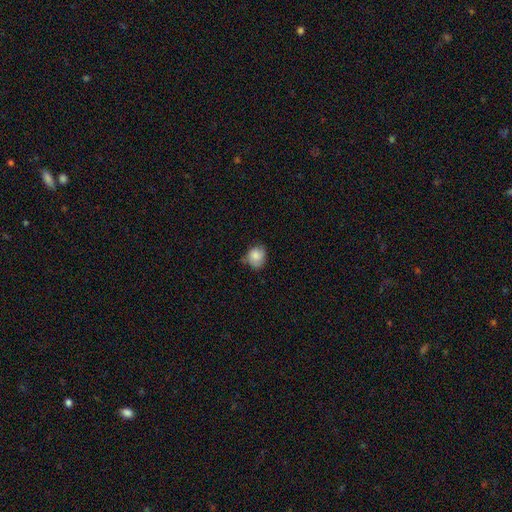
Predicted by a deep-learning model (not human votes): A smooth galaxy with no disk features (81%) that is round (68%). Merging: none (56%).